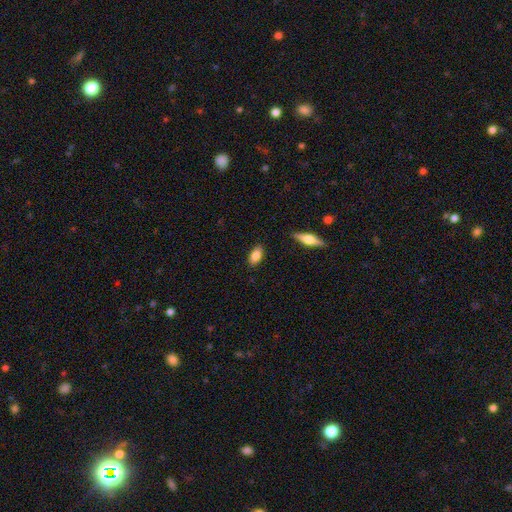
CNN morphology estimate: The model was most divided on "smooth or featured": smooth: 80%, featured or disk: 13%, star or artifact: 7%. More confident: merging — none (86%); how rounded — in between (86%).